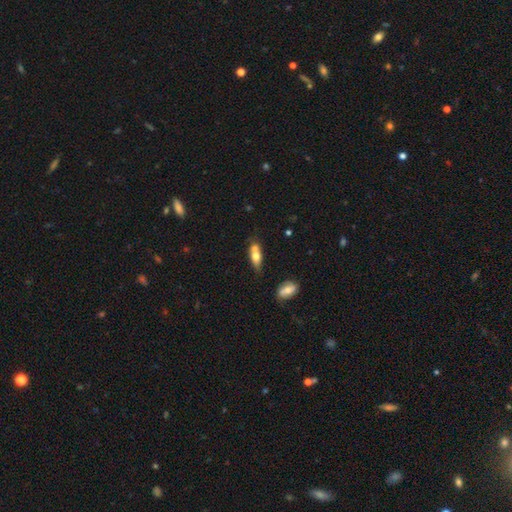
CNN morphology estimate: Smooth or featured? Predicted: smooth (p=0.65). How rounded? Predicted: in between (p=0.64). Merging? Predicted: merger (p=0.42).